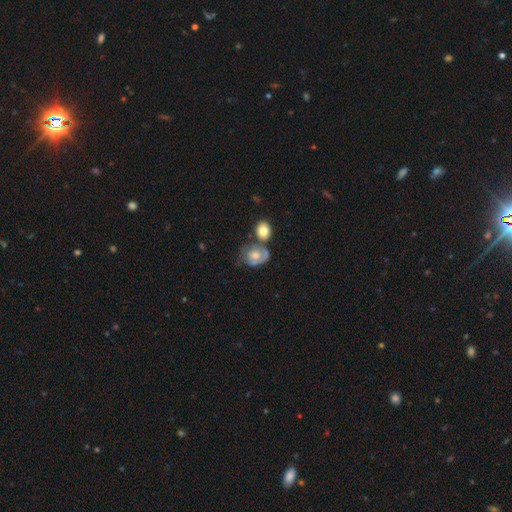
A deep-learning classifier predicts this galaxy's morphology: This is possibly a featured or disk galaxy (47%). Merging: marginally none (33%).